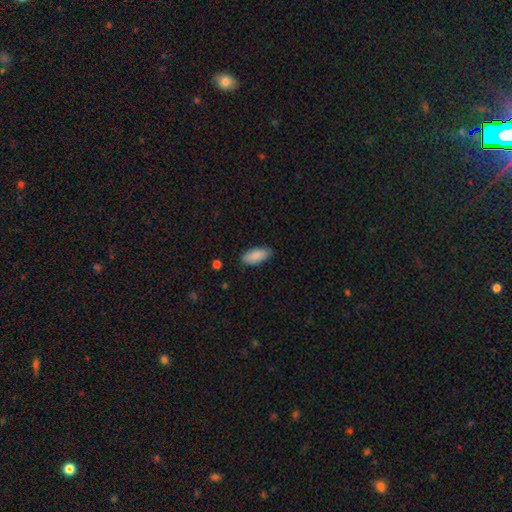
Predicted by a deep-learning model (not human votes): Overall: smooth (90%). How rounded: in between (89%). Merging: none (86%).